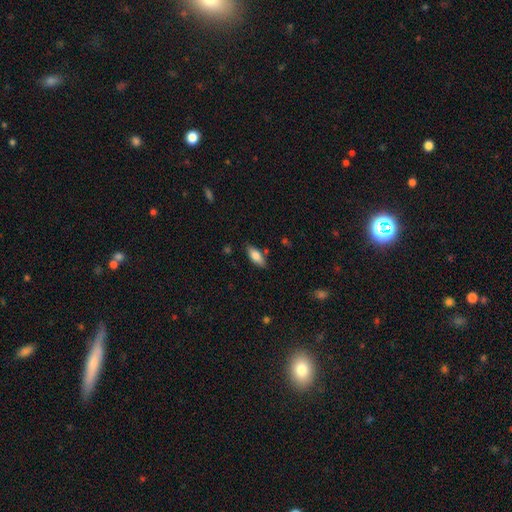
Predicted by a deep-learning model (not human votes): The model was most divided on "how rounded": in between: 78%, cigar-shaped: 20%, round: 2%. More confident: merging — none (79%); smooth or featured — smooth (77%).